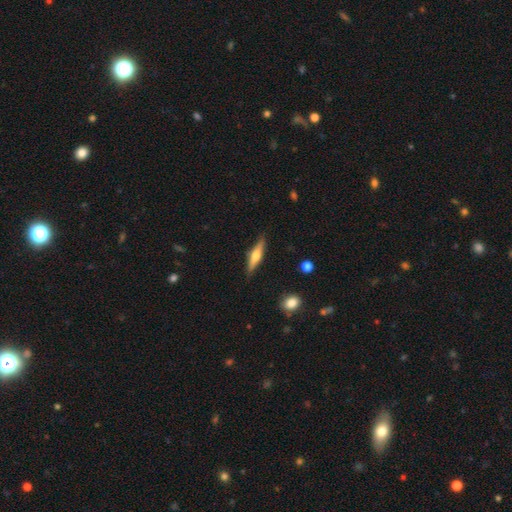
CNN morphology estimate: Smooth or featured: featured or disk — 55% (smooth — 39%)
Edge-on disk: yes — 96% (no — 4%)
Edge-on bulge: rounded — 89% (boxy — 6%)
Merging: none — 87% (minor disturbance — 10%)